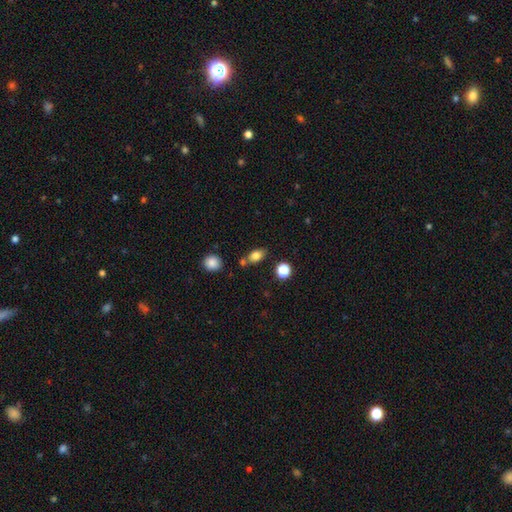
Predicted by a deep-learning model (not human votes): smooth 80%, star or artifact 10%, featured or disk 9%. Down the decision tree: how rounded — in between (79%); merging — none (70%).